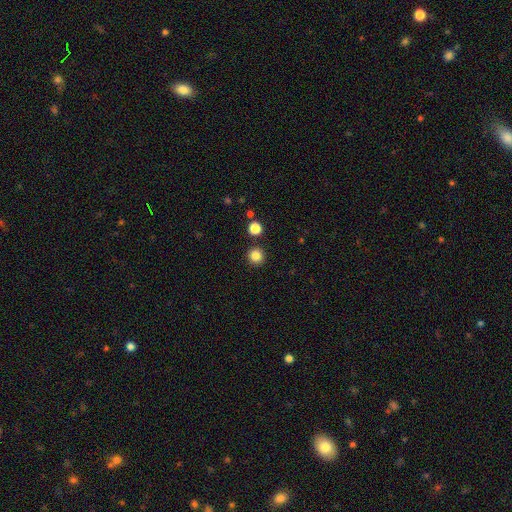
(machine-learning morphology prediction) Overall: smooth (84%). How rounded: round (95%). Merging: none (90%).